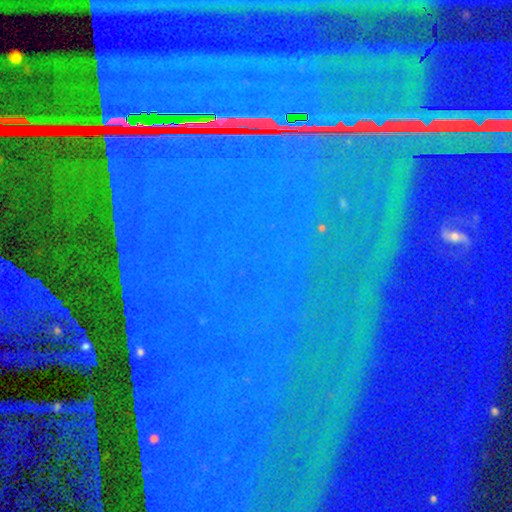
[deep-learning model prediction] This is clearly a star or artifact rather than a galaxy (90%).